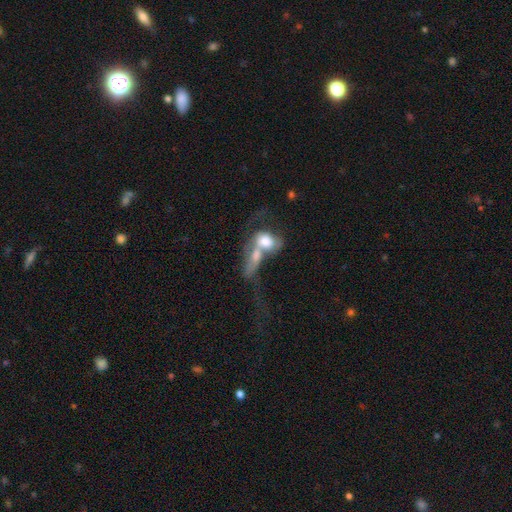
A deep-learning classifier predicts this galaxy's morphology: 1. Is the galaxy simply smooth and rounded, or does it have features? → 51% smooth, 40% featured or disk, 9% star or artifact.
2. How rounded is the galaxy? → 65% in between, 27% round, 8% cigar-shaped.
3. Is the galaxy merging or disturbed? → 76% merger, 11% major disturbance, 8% none, 4% minor disturbance.